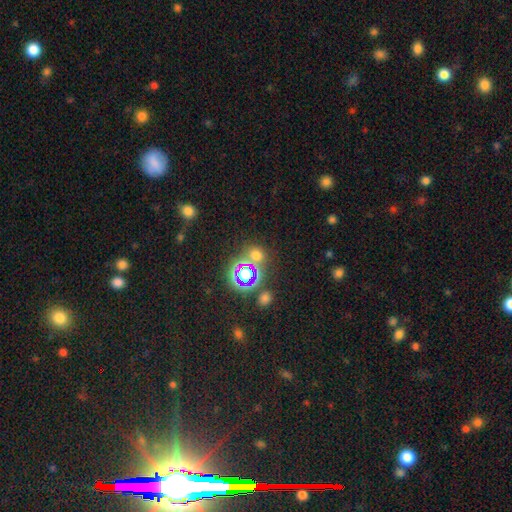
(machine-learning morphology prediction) smooth-or-featured: smooth: 48% | star or artifact: 44% | featured or disk: 8%
  merging: none: 69% | merger: 16% | minor disturbance: 10% | major disturbance: 6%